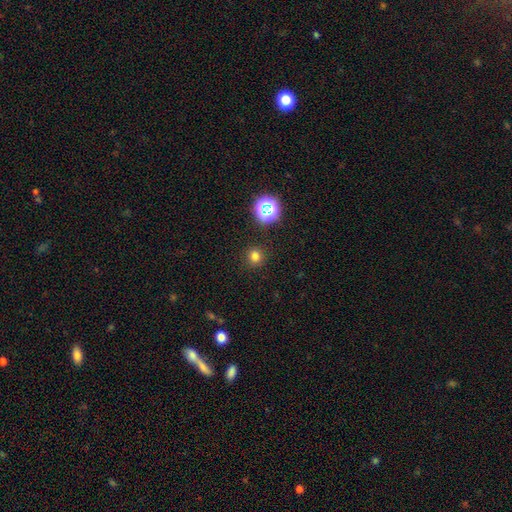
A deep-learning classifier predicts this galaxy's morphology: type=smooth (75%); roundness=round (91%); merging=none (89%).